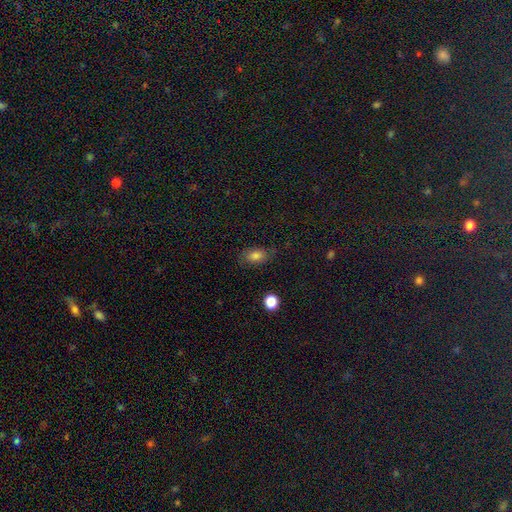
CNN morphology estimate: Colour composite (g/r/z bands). It shows a smooth galaxy with no disk features (78%) that is in between round and cigar-shaped (85%). Merging: none (77%).